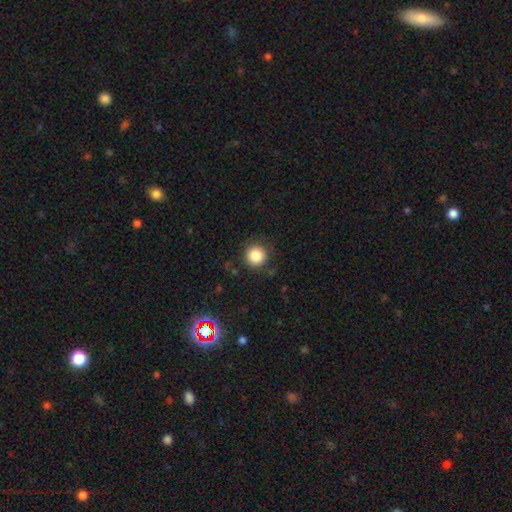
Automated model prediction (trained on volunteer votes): This appears to be a smooth galaxy with no disk features (85%) that is round (95%). Merging: none (87%).